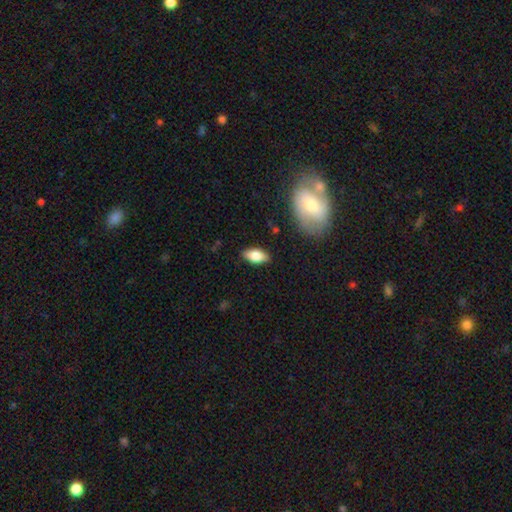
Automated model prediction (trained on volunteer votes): The model was most divided on "smooth or featured": smooth: 76%, featured or disk: 18%, star or artifact: 7%. More confident: how rounded — in between (87%); merging — none (86%).